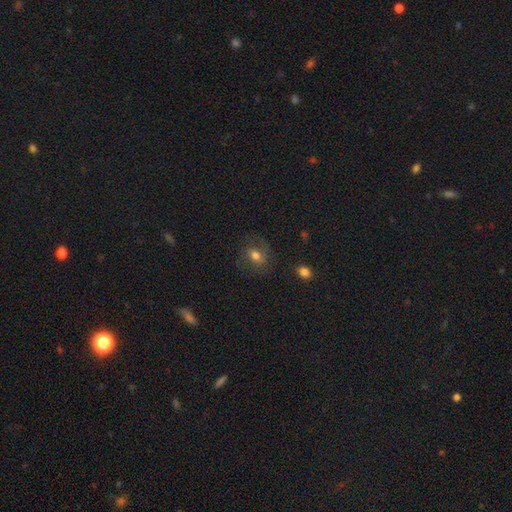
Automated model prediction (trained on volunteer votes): This is possibly a smooth galaxy (60%). How rounded: possibly in between (51%). Merging: likely none (69%).